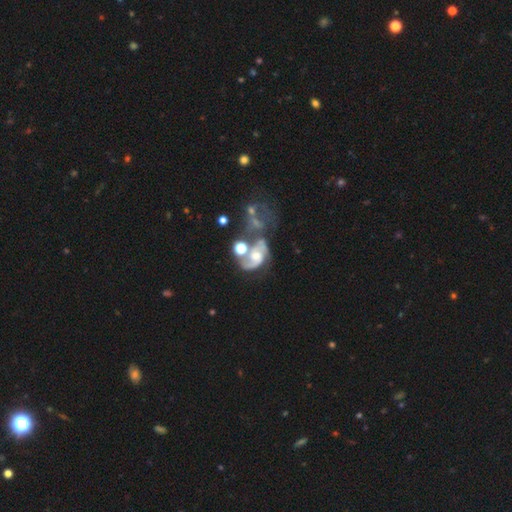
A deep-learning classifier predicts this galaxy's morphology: Smooth or featured? featured or disk (76%)
Edge-on disk? no (98%)
Bar? no (65%)
Spiral arms? yes (85%)
Spiral winding? medium (46%)
Spiral arm count? 2 (66%)
Bulge size? moderate (49%)
Merging? merger (39%)